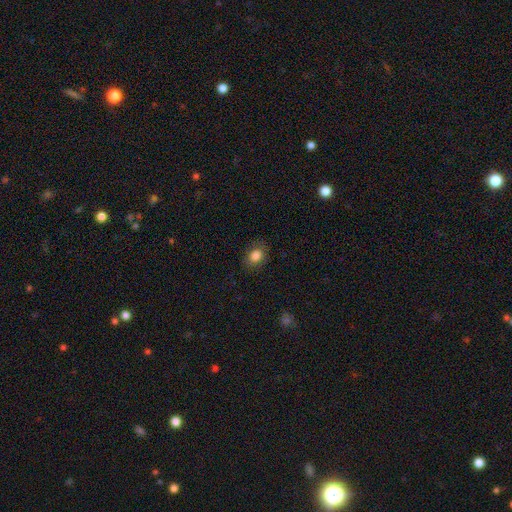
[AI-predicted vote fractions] smooth-or-featured: smooth: 83% | star or artifact: 10% | featured or disk: 7%
  how-rounded: in between: 56% | round: 43% | cigar-shaped: 1%
  merging: none: 82% | minor disturbance: 13% | major disturbance: 4% | merger: 1%